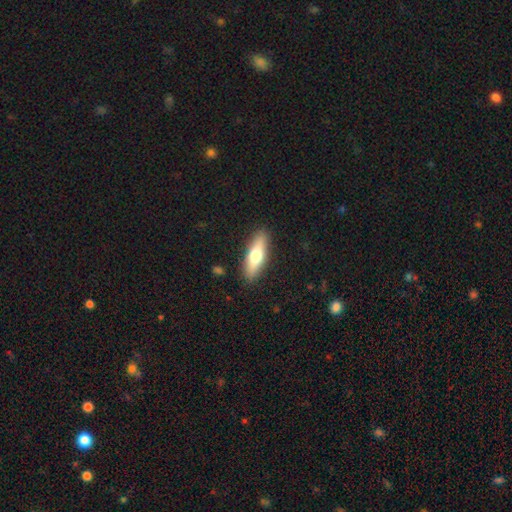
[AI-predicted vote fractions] Overall: smooth (65%; featured or disk 29%). How rounded: cigar-shaped (54%; in between 43%). Merging: none (88%).